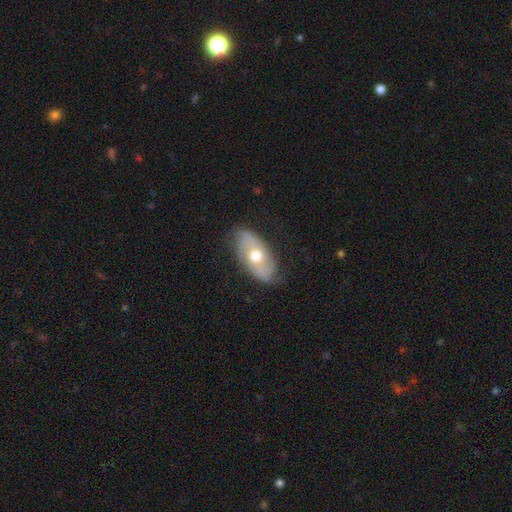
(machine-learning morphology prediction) Smooth or featured?
  - featured or disk: 56% *
  - smooth: 37%
  - star or artifact: 7%
Edge-on disk?
  - no: 86% *
  - yes: 14%
Merging?
  - none: 75% *
  - minor disturbance: 19%
  - major disturbance: 5%
  - merger: 1%